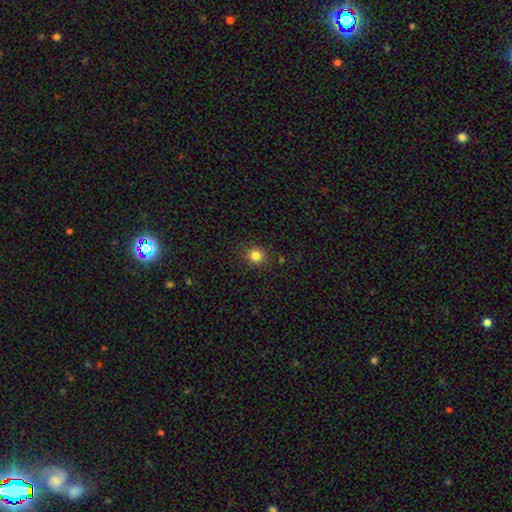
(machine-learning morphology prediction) Smooth or featured?
  - smooth: 83% *
  - star or artifact: 12%
  - featured or disk: 5%
How rounded?
  - round: 84% *
  - in between: 16%
  - cigar-shaped: 1%
Merging?
  - none: 87% *
  - minor disturbance: 9%
  - major disturbance: 3%
  - merger: 1%